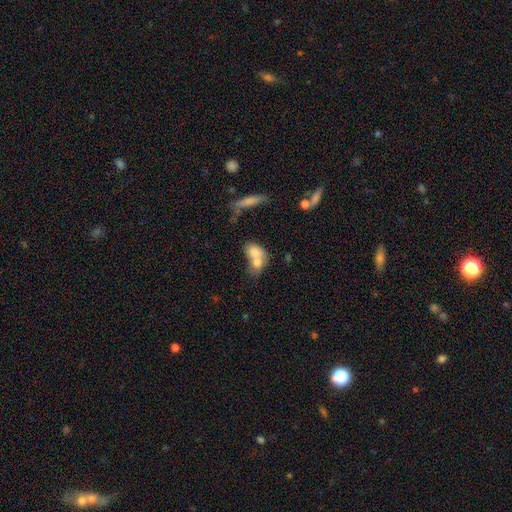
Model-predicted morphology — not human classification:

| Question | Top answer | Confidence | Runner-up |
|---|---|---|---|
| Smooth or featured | smooth | 71% | featured or disk (21%) |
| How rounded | in between | 67% | round (30%) |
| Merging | merger | 70% | none (19%) |